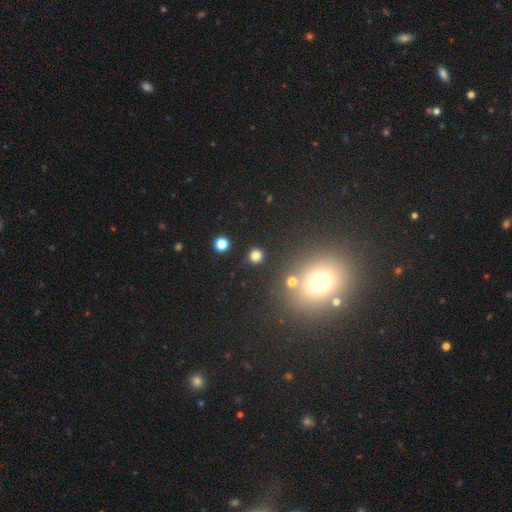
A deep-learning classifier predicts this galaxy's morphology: This appears to be a smooth galaxy with no disk features (78%) that is round (86%). Merging: none (87%).